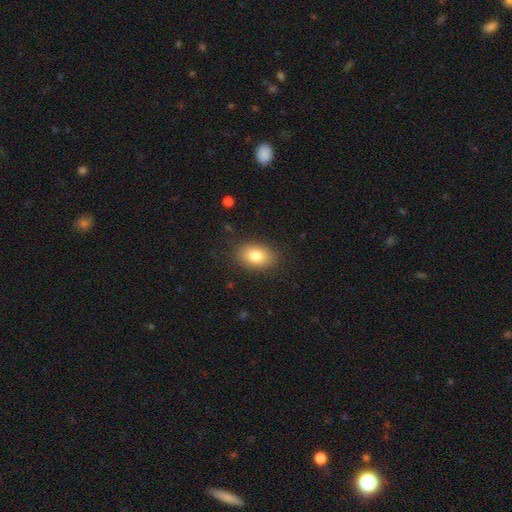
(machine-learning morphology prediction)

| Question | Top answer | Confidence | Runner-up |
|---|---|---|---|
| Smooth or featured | smooth | 80% | featured or disk (11%) |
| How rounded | in between | 81% | round (17%) |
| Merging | none | 86% | minor disturbance (10%) |